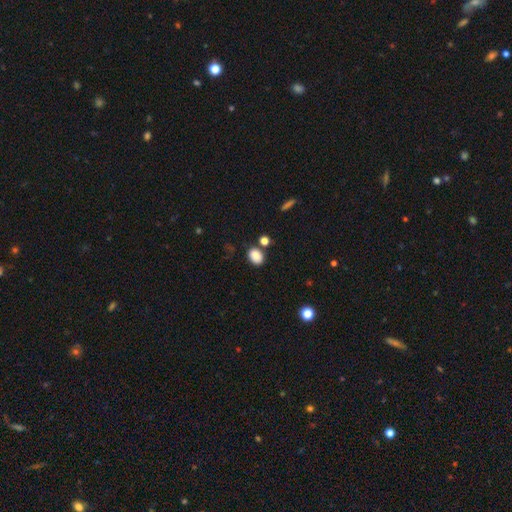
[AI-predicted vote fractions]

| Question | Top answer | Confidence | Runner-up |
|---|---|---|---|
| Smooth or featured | smooth | 86% | star or artifact (9%) |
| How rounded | in between | 67% | round (32%) |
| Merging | none | 74% | minor disturbance (12%) |